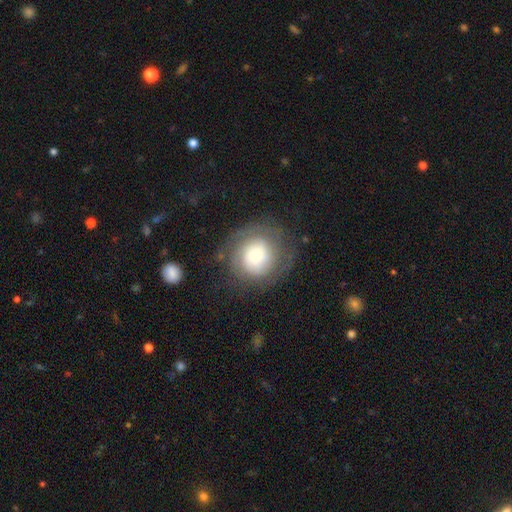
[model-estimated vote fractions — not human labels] Smooth or featured?
  - featured or disk: 52% *
  - smooth: 39%
  - star or artifact: 9%
Edge-on disk?
  - no: 97% *
  - yes: 3%
Bar?
  - no: 77% *
  - weak: 18%
  - strong: 5%
Spiral arms?
  - yes: 83% *
  - no: 17%
Bulge size?
  - small: 30% * (tied)
  - moderate: 30% * (tied)
  - large: 28%
  - dominant: 9%
  - none: 2%
Merging?
  - none: 70% *
  - minor disturbance: 17%
  - major disturbance: 11%
  - merger: 2%